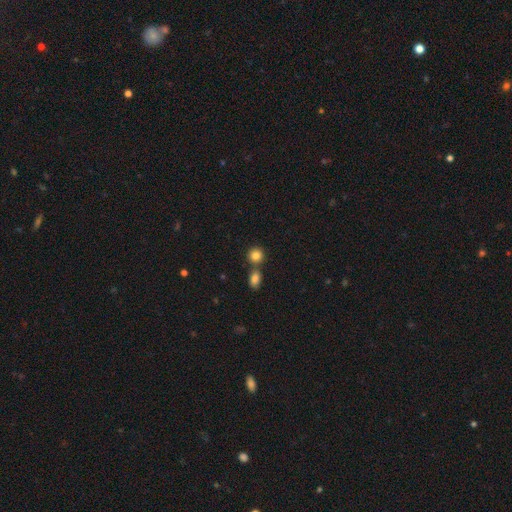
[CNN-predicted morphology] The model was most divided on "merging": none: 63%, merger: 27%, minor disturbance: 8%, major disturbance: 3%. More confident: smooth or featured — smooth (84%); how rounded — round (84%).